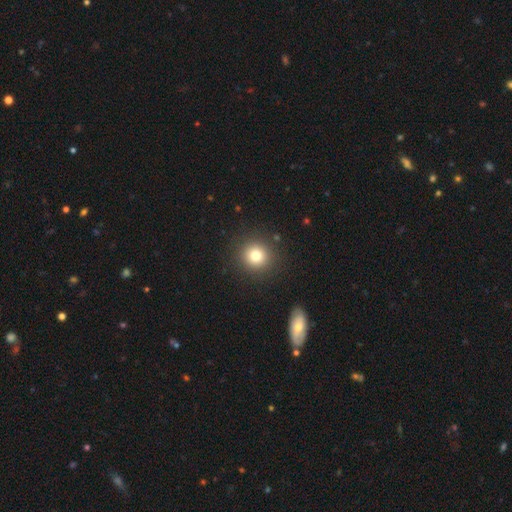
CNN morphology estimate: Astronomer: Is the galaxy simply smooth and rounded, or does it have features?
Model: smooth — 79%.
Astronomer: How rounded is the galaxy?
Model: round — 93%.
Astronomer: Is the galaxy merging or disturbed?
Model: none — 90%.